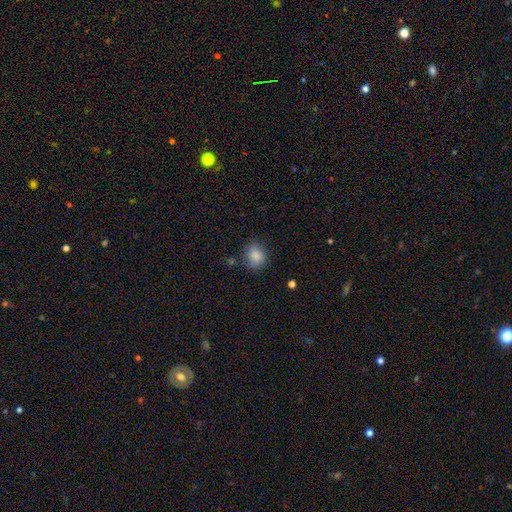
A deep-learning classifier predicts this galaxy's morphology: smooth_or_featured: smooth (p=0.86) [alt: star or artifact p=0.09]
how_rounded: round (p=0.68) [alt: in between p=0.31]
merging: none (p=0.70) [alt: minor disturbance p=0.20]